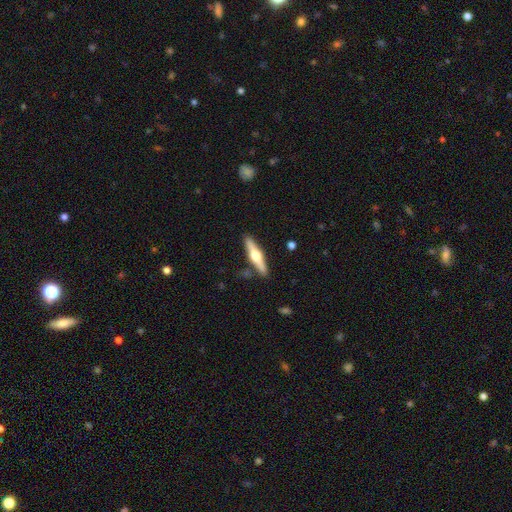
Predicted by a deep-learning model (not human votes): This appears to be a featured or disk galaxy (64%) viewed edge-on (96%) with a rounded central bulge (94%). Merging: none (87%).